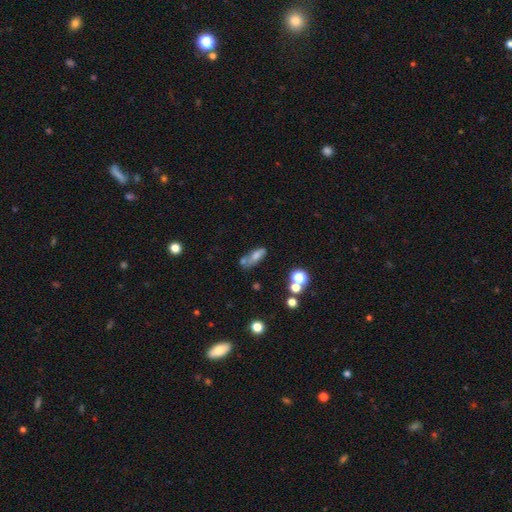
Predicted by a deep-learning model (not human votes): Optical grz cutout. It shows a smooth galaxy with no disk features (64%) that is in between round and cigar-shaped (69%). Merging: none (41%).